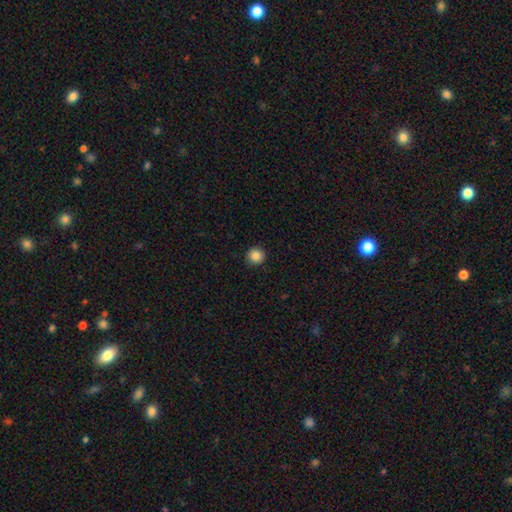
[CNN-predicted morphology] The model was most divided on "smooth or featured": smooth: 86%, star or artifact: 10%, featured or disk: 4%. More confident: how rounded — round (95%); merging — none (92%).